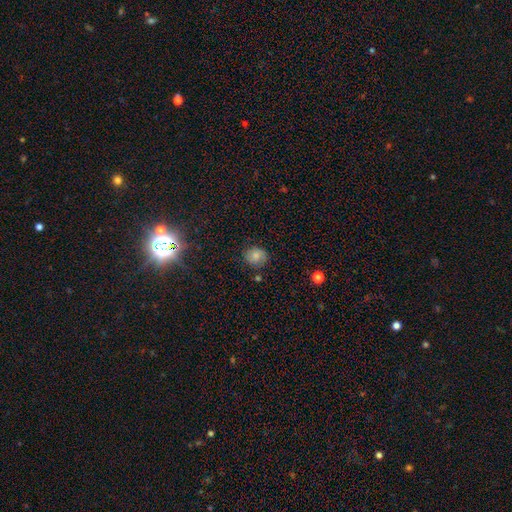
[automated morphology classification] This is likely a smooth galaxy (76%). How rounded: likely round (76%). Merging: likely none (78%).